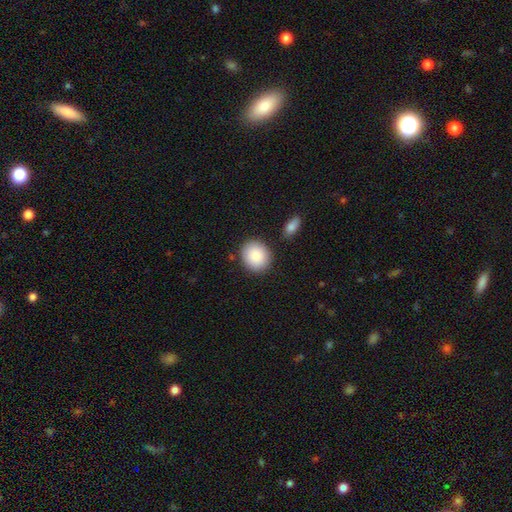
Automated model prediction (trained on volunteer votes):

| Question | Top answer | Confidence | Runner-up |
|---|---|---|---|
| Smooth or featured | smooth | 86% | star or artifact (7%) |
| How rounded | round | 78% | in between (21%) |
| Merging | none | 85% | minor disturbance (9%) |